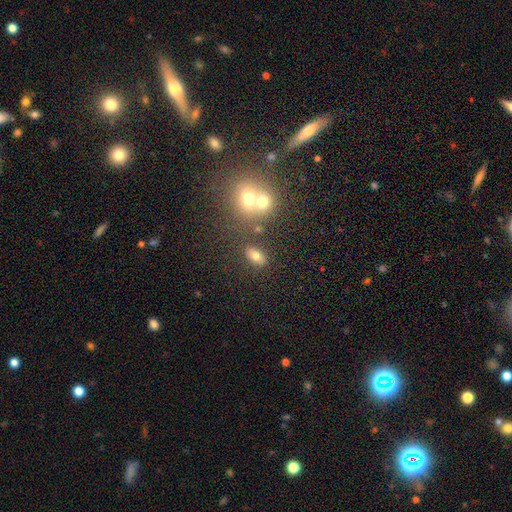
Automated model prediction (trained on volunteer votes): smooth-or-featured: smooth: 70% | featured or disk: 16% | star or artifact: 14%
  how-rounded: in between: 81% | round: 15% | cigar-shaped: 3%
  merging: none: 74% | merger: 12% | minor disturbance: 10% | major disturbance: 4%